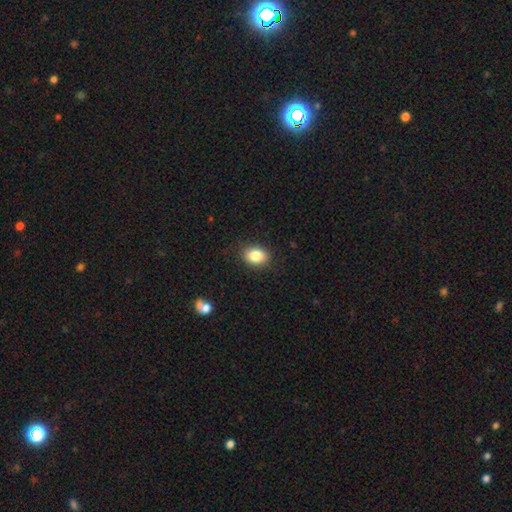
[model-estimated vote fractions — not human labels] Smooth or featured?
  - smooth: 84% *
  - star or artifact: 9%
  - featured or disk: 6%
How rounded?
  - in between: 66% *
  - round: 33%
  - cigar-shaped: 1%
Merging?
  - none: 87% *
  - minor disturbance: 9%
  - major disturbance: 2%
  - merger: 1%